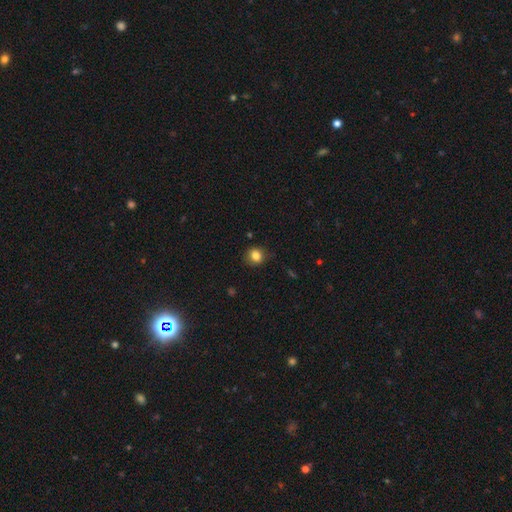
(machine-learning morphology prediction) Smooth or featured? Predicted: smooth (p=0.83). How rounded? Predicted: round (p=0.72). Merging? Predicted: none (p=0.82).